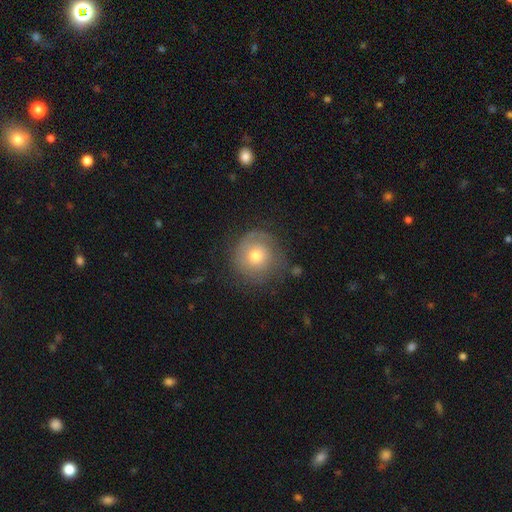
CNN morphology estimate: A smooth galaxy with no disk features (57%) that is round (92%). Merging: none (70%).